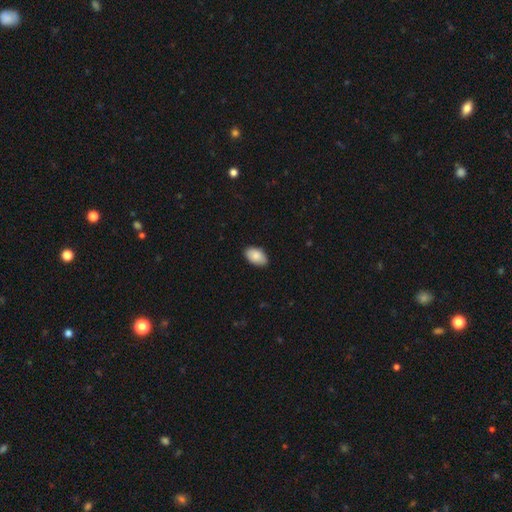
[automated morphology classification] Smooth or featured?
  - smooth: 88% *
  - star or artifact: 6%
  - featured or disk: 6%
How rounded?
  - in between: 93% *
  - round: 5%
  - cigar-shaped: 1%
Merging?
  - none: 87% *
  - minor disturbance: 10%
  - major disturbance: 2%
  - merger: 1%